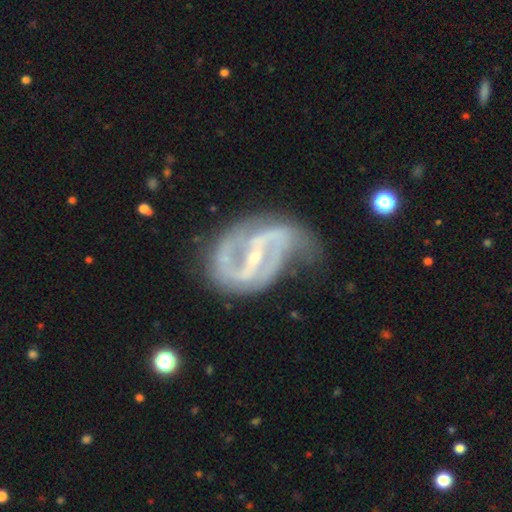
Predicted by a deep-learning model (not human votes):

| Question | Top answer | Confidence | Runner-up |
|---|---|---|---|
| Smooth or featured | featured or disk | 91% | star or artifact (5%) |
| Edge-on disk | no | 97% | yes (3%) |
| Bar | strong | 64% | weak (25%) |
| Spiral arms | yes | 95% | no (5%) |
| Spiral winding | medium | 50% | loose (31%) |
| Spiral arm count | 2 | 84% | can't tell (5%) |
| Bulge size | small | 76% | moderate (21%) |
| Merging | none | 45% | minor disturbance (30%) |